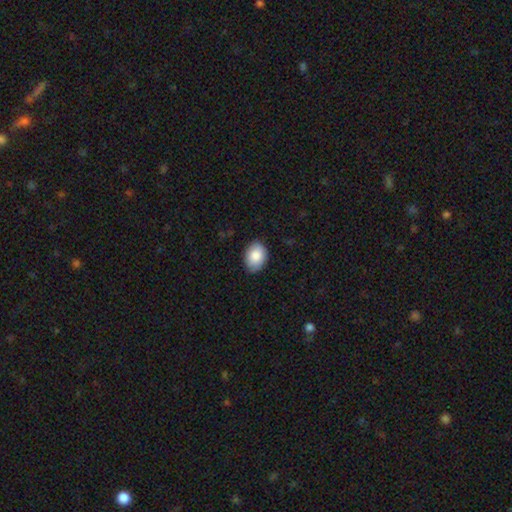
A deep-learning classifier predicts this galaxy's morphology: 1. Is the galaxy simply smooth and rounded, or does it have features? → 87% smooth, 7% star or artifact, 6% featured or disk.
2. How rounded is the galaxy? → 80% in between, 19% round, 1% cigar-shaped.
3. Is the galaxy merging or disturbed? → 84% none, 13% minor disturbance, 2% major disturbance, 1% merger.